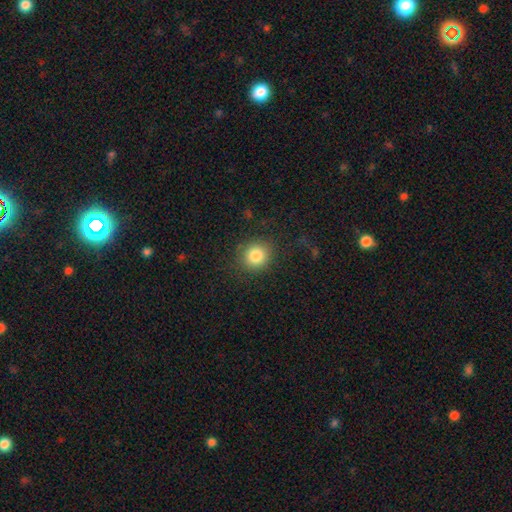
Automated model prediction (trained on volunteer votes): This appears to be a smooth galaxy with no disk features (83%) that is round (84%). Merging: none (85%).